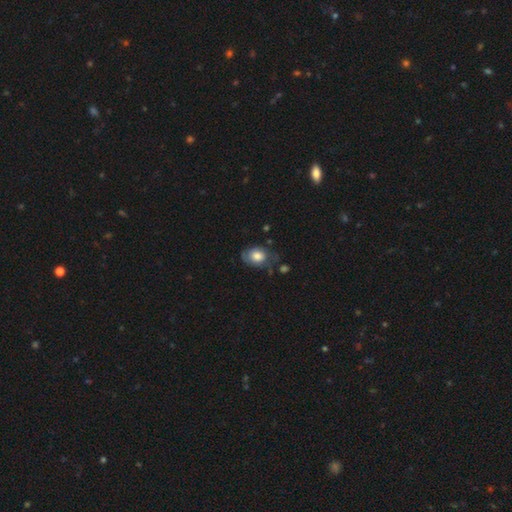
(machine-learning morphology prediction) Q: Smooth or featured?
A: smooth (69%); runner-up: featured or disk (23%)
Q: How rounded?
A: in between (63%); runner-up: round (36%)
Q: Merging?
A: none (51%); runner-up: minor disturbance (31%)